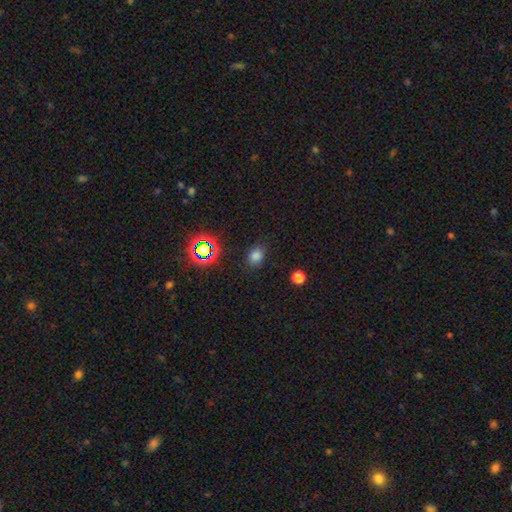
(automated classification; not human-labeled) Smooth or featured? Predicted: smooth (p=0.75). How rounded? Predicted: in between (p=0.57). Merging? Predicted: none (p=0.83).